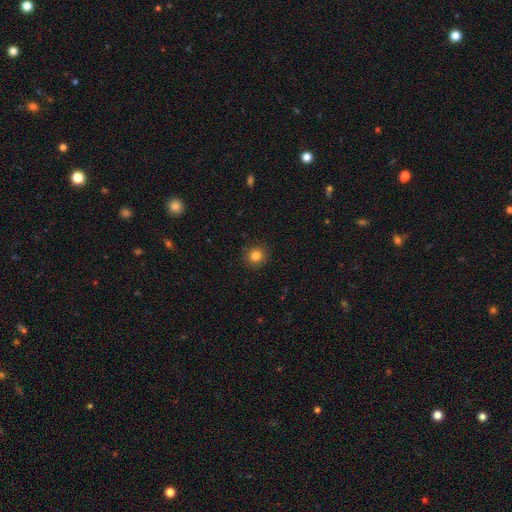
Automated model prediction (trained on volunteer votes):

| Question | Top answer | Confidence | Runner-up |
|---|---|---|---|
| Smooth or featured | smooth | 83% | star or artifact (12%) |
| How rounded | round | 90% | in between (9%) |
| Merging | none | 91% | minor disturbance (6%) |